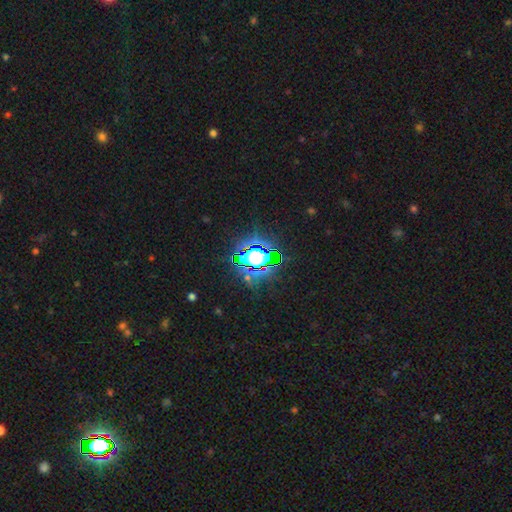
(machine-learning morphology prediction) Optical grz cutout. It shows a star or artifact, not a galaxy (77%).